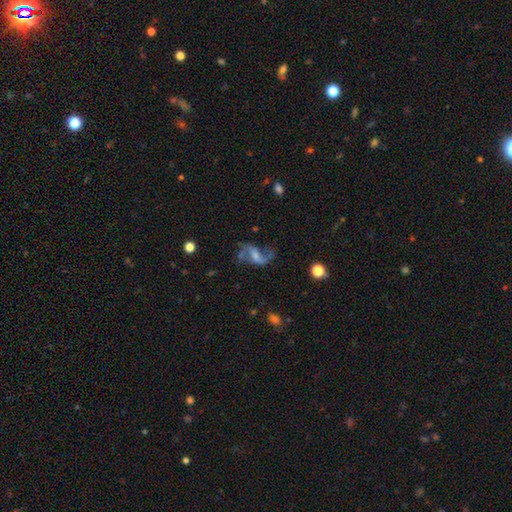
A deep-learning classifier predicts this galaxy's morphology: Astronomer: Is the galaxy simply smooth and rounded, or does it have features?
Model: featured or disk — 81%.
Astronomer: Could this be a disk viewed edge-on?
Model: no — 96%.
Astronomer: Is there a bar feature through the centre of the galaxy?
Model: weak — 46% (runner-up: no, 30%).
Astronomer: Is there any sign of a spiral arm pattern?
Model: yes — 92%.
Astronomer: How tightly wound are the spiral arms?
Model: loose — 82%.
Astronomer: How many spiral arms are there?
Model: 2 — 88%.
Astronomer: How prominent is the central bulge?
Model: small — 43% (runner-up: moderate, 29%).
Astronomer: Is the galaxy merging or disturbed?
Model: none — 59%.